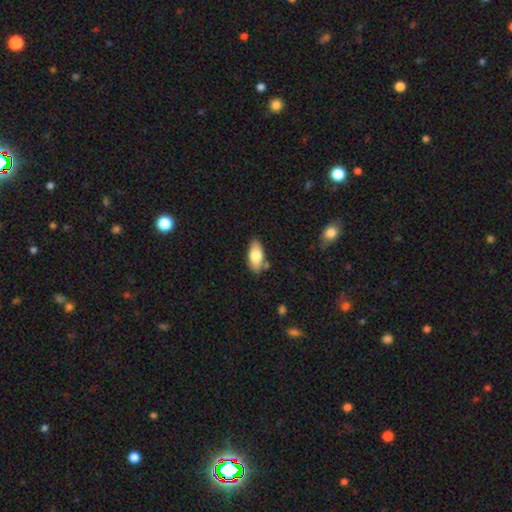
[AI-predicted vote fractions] Overall: smooth (77%). How rounded: in between (88%). Merging: none (76%).